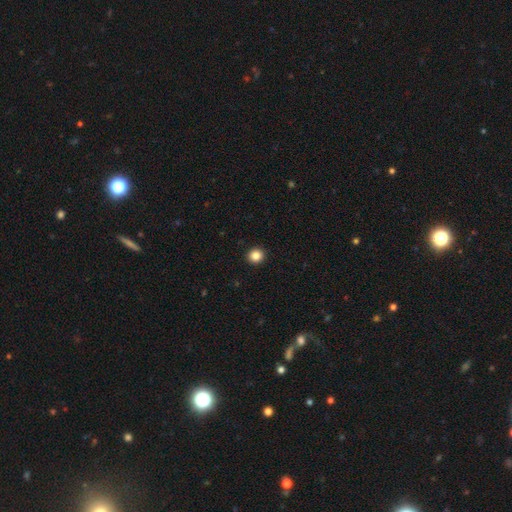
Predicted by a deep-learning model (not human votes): Overall: smooth (86%). How rounded: round (90%). Merging: none (93%).